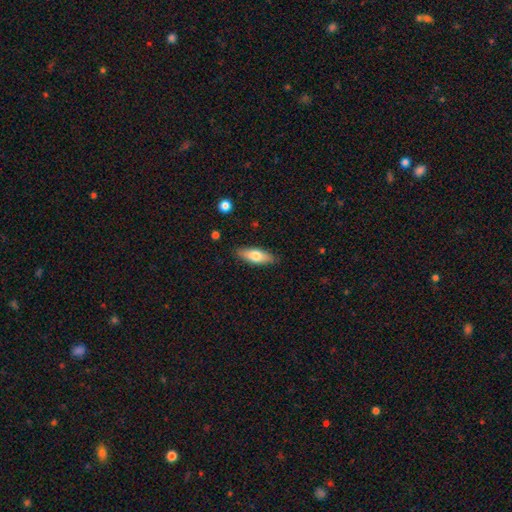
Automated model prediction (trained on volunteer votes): A smooth galaxy with no disk features (72%) that is in between round and cigar-shaped (66%).

Vote fractions:
- Smooth or featured? smooth: 72% / featured or disk: 22% / star or artifact: 6%
- How rounded? in between: 66% / cigar-shaped: 32% / round: 2%
- Merging? none: 86% / minor disturbance: 10% / major disturbance: 2% / merger: 1%